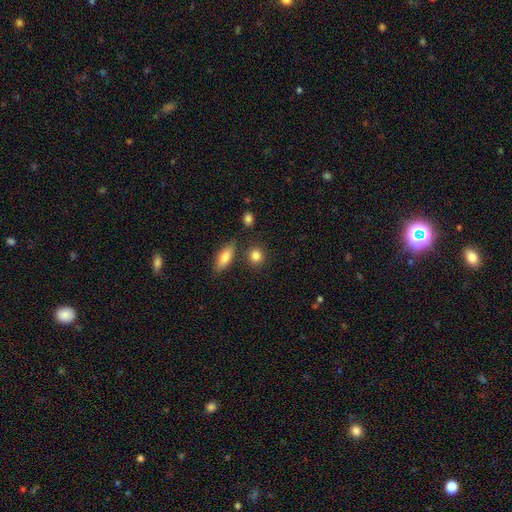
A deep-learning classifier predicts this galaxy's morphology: smooth 85%, star or artifact 9%, featured or disk 7%. Down the decision tree: how rounded — round (79%); merging — none (80%).